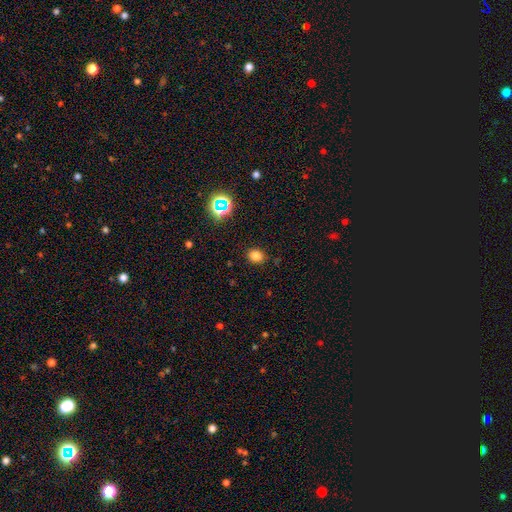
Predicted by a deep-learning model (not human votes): smooth 79%, star or artifact 16%, featured or disk 5%. Down the decision tree: how rounded — round (60%); merging — none (88%).